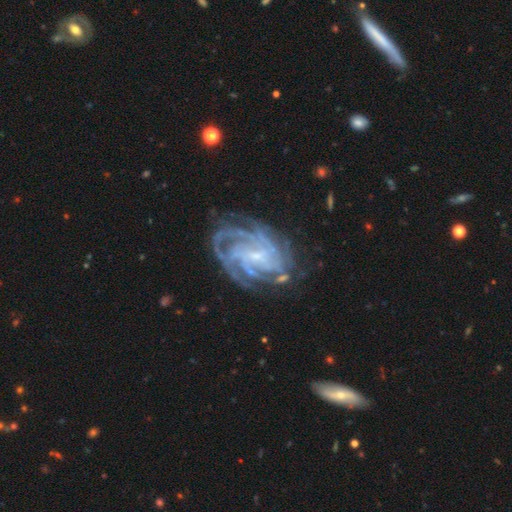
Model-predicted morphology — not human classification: Smooth or featured? Predicted: featured or disk (p=0.89). Edge-on disk? Predicted: no (p=0.97). Bar? Predicted: weak (p=0.42). Spiral arms? Predicted: yes (p=0.98). Spiral winding? Predicted: tight (p=0.68). Spiral arm count? Predicted: 4 (p=0.33). Bulge size? Predicted: small (p=0.73). Merging? Predicted: none (p=0.70).